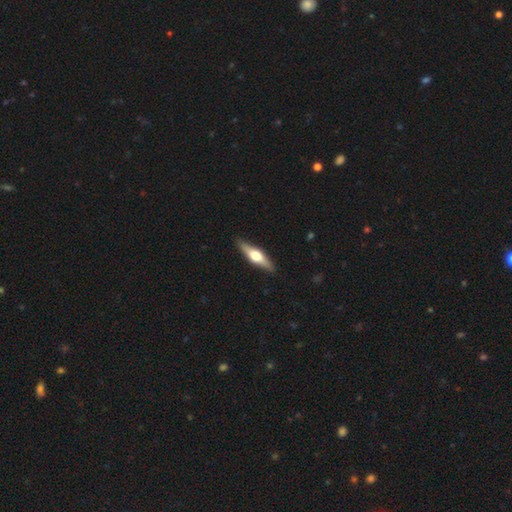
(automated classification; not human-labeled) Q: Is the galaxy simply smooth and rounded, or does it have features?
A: featured or disk — 60%.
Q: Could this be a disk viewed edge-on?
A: yes — 95%.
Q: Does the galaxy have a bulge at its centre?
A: rounded — 94%.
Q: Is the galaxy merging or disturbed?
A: none — 90%.